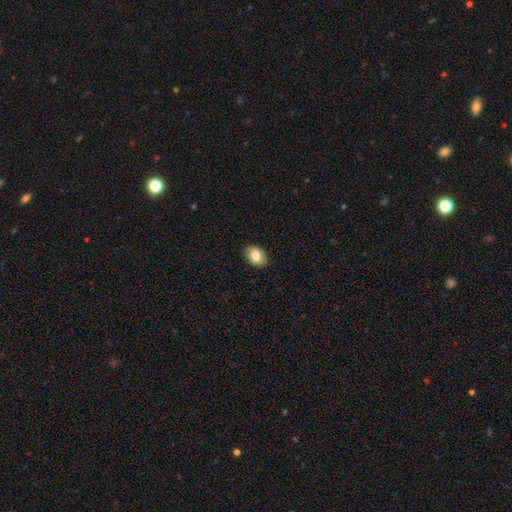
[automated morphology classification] Overall: smooth (83%). How rounded: in between (77%). Merging: none (90%).